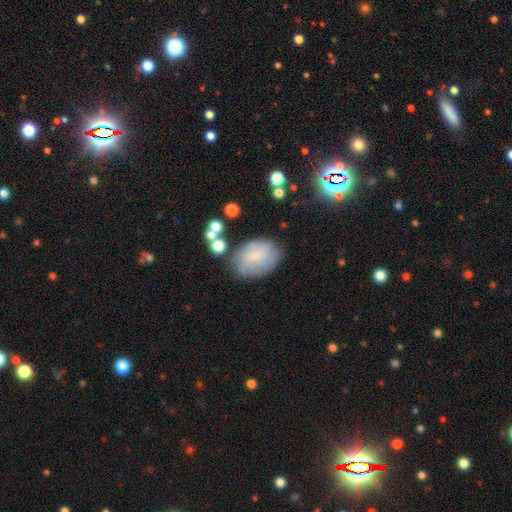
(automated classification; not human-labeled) This is possibly a smooth galaxy (57%). How rounded: likely in between (77%). Merging: likely none (72%).